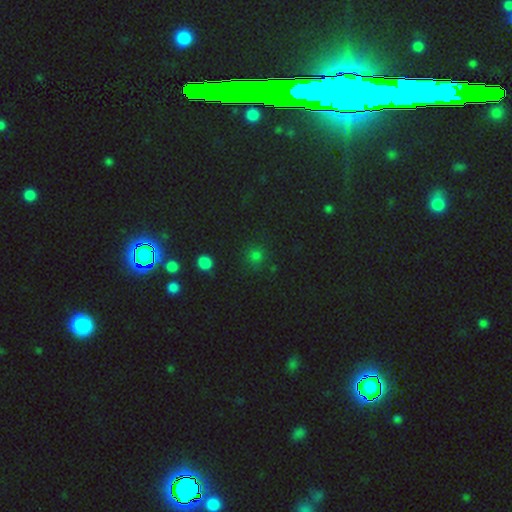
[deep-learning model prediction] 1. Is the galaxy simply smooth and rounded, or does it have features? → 70% smooth, 25% star or artifact, 5% featured or disk.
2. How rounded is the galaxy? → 91% round, 7% in between, 1% cigar-shaped.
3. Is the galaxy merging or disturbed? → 85% none, 9% minor disturbance, 3% major disturbance, 3% merger.